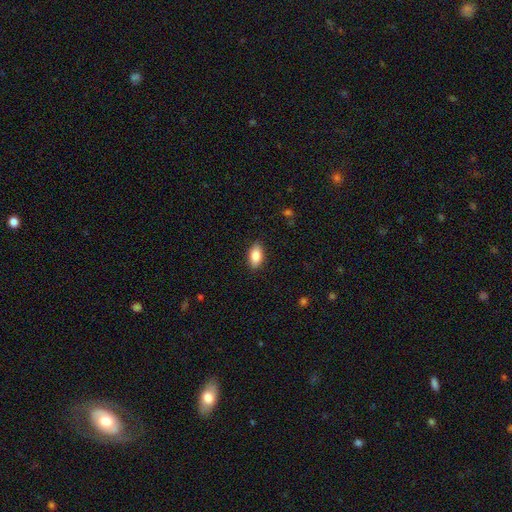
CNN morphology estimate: Overall: smooth (86%). How rounded: in between (91%). Merging: none (88%).